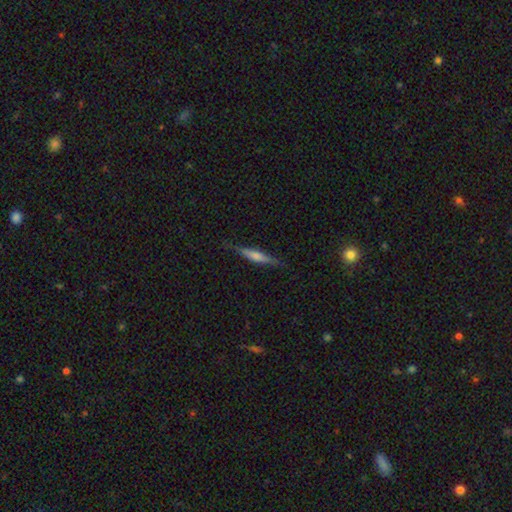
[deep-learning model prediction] A featured or disk galaxy (64%) viewed edge-on (97%) with a rounded central bulge (63%).

Vote fractions:
- Smooth or featured? featured or disk: 64% / smooth: 29% / star or artifact: 7%
- Edge-on disk? yes: 97% / no: 3%
- Edge-on bulge? rounded: 63% / boxy: 20% / none: 17%
- Merging? none: 86% / minor disturbance: 11% / major disturbance: 2% / merger: 1%